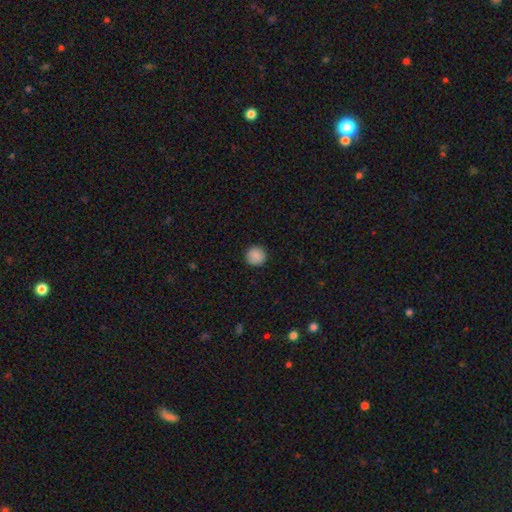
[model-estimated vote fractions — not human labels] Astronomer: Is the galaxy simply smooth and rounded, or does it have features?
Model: smooth — 88%.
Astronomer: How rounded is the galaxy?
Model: round — 95%.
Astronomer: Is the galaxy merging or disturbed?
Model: none — 91%.